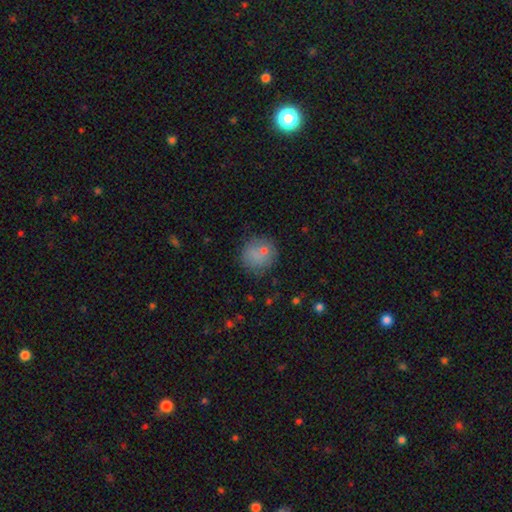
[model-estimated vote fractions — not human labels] Q: Smooth or featured?
A: smooth (76%); runner-up: featured or disk (12%)
Q: How rounded?
A: round (90%); runner-up: in between (9%)
Q: Merging?
A: none (72%); runner-up: minor disturbance (16%)